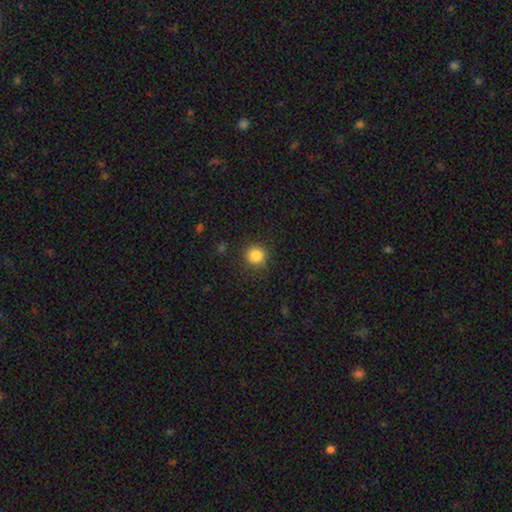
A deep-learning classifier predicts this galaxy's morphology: Overall: smooth (85%). How rounded: round (92%). Merging: none (88%).